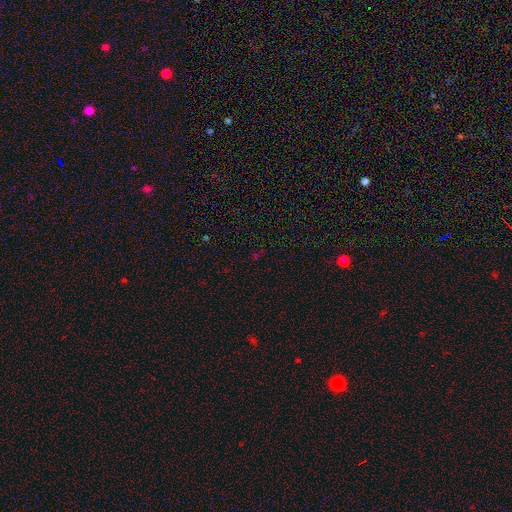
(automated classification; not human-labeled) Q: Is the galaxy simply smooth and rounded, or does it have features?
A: star or artifact — 66%.